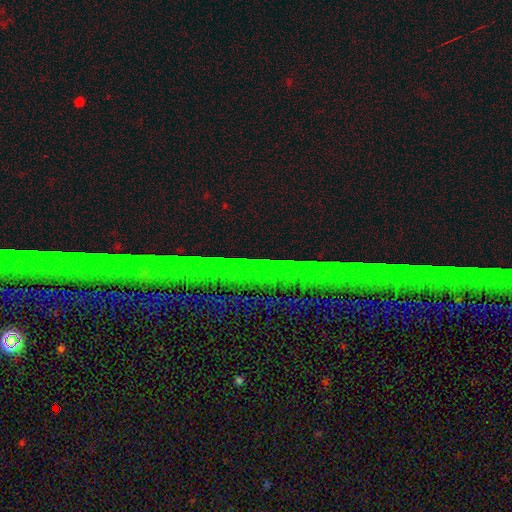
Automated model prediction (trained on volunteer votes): Smooth or featured: star or artifact — 79% (featured or disk — 11%)